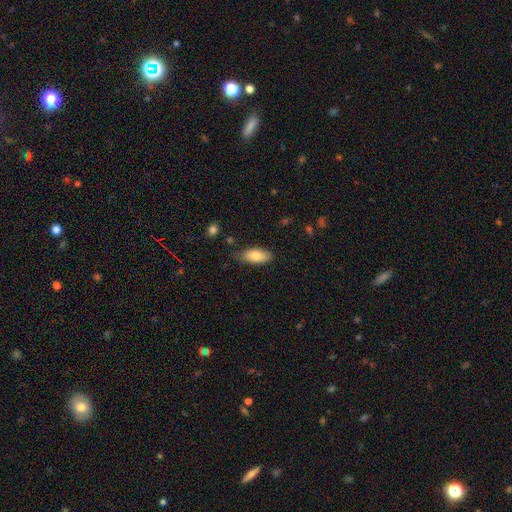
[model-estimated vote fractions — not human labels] smooth 83%, featured or disk 11%, star or artifact 7%. Down the decision tree: how rounded — in between (89%); merging — none (73%).